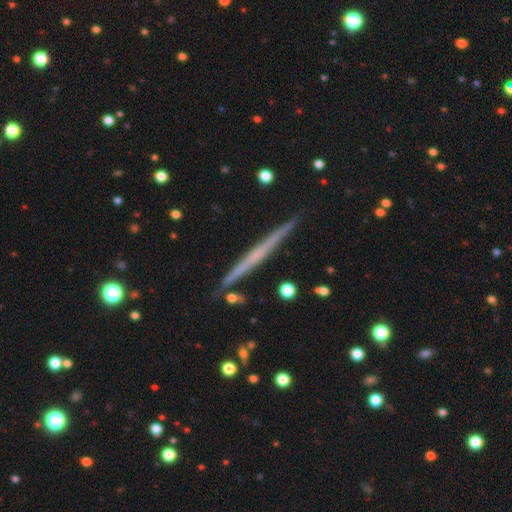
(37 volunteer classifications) Overall: featured or disk (68%; smooth 32%). Edge-on disk: yes (100%). Edge-on bulge: none (88%). Merging: none (89%).